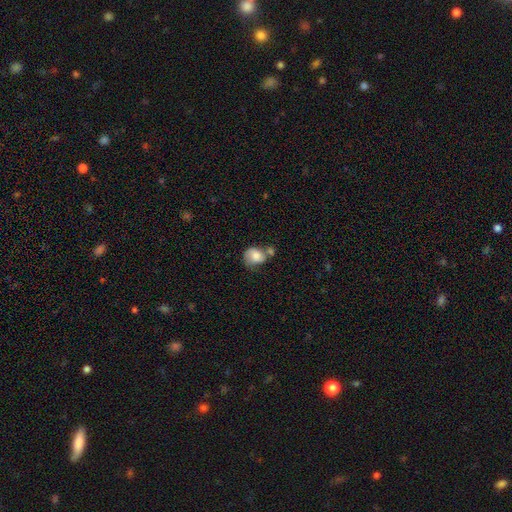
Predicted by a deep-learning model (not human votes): This is likely a smooth galaxy (69%). How rounded: possibly round (56%). Merging: marginally merger (32%, tied with none).